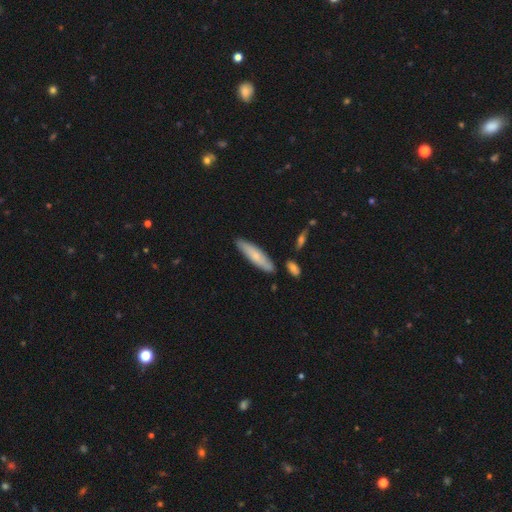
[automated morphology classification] A smooth galaxy with no disk features (67%) that is cigar-shaped (76%).

Vote fractions:
- Smooth or featured? smooth: 67% / featured or disk: 28% / star or artifact: 6%
- How rounded? cigar-shaped: 76% / in between: 22% / round: 2%
- Merging? none: 82% / minor disturbance: 12% / merger: 4% / major disturbance: 2%